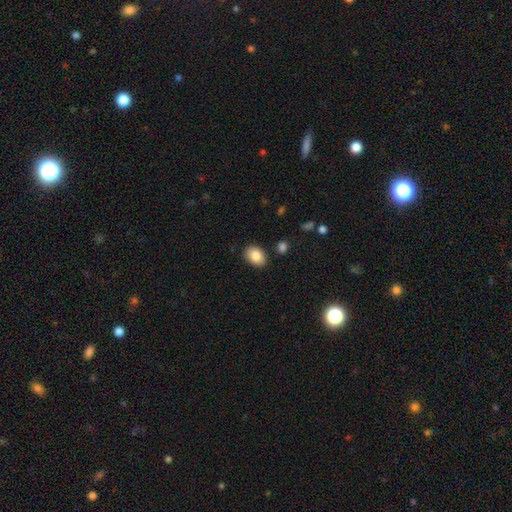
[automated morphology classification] smooth_or_featured: smooth (p=0.85) [alt: star or artifact p=0.08]
how_rounded: in between (p=0.79) [alt: round p=0.21]
merging: none (p=0.86) [alt: minor disturbance p=0.10]